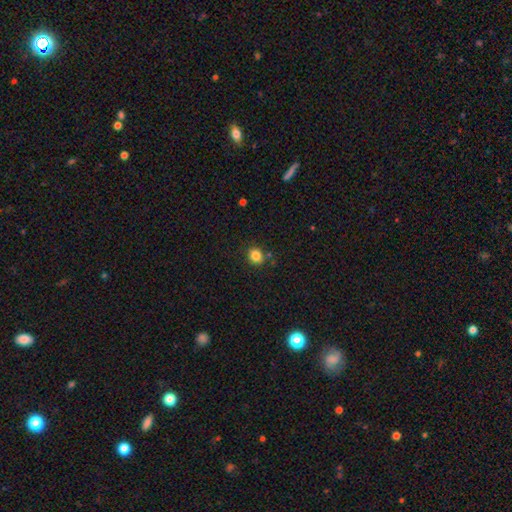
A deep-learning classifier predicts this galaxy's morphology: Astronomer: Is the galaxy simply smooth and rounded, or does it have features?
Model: smooth — 84%.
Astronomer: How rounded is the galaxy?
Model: round — 81%.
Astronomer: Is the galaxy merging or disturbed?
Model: none — 84%.